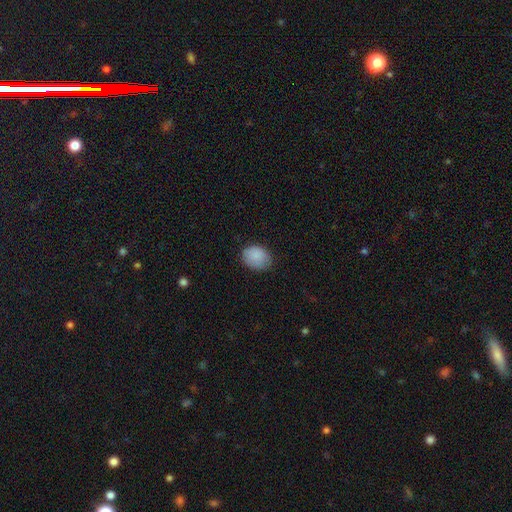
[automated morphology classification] This appears to be a smooth galaxy with no disk features (87%) that is in between round and cigar-shaped (57%). Merging: none (75%).